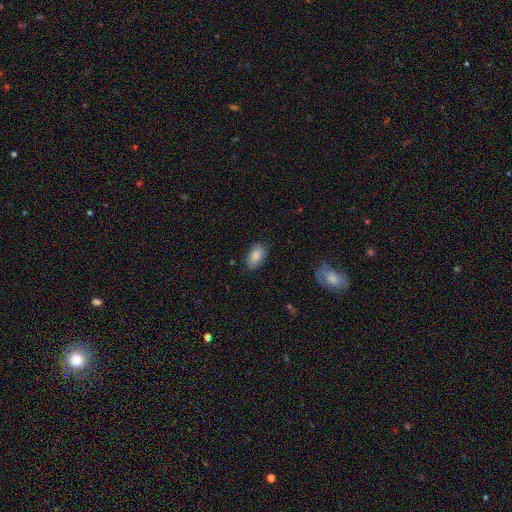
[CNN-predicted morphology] Q: Smooth or featured?
A: smooth (86%); runner-up: featured or disk (8%)
Q: How rounded?
A: in between (93%); runner-up: round (5%)
Q: Merging?
A: none (82%); runner-up: minor disturbance (14%)